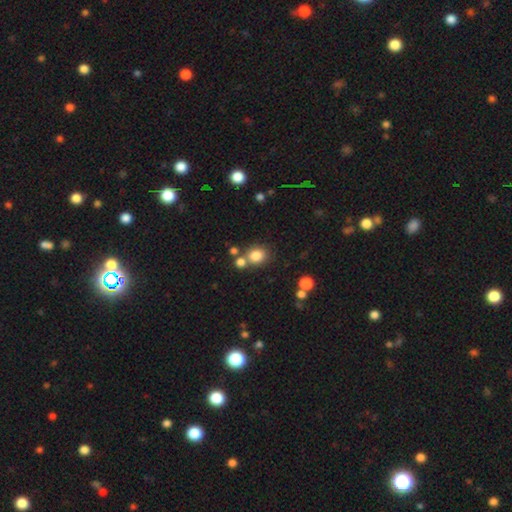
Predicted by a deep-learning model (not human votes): A smooth galaxy with no disk features (81%) that is round (74%).

Vote fractions:
- Smooth or featured? smooth: 81% / star or artifact: 12% / featured or disk: 7%
- How rounded? round: 74% / in between: 25% / cigar-shaped: 1%
- Merging? none: 64% / merger: 22% / minor disturbance: 10% / major disturbance: 4%